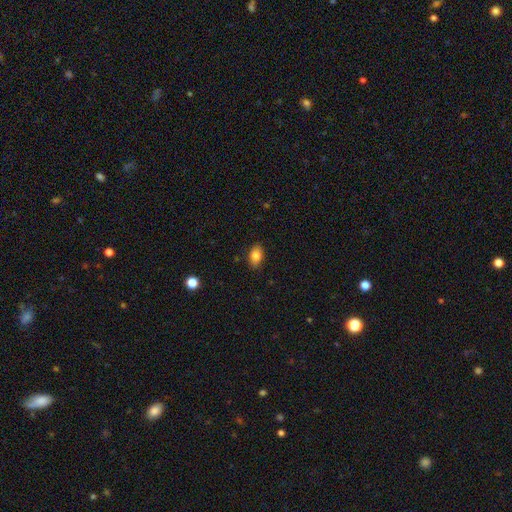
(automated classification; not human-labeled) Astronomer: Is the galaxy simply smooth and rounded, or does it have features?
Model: smooth — 83%.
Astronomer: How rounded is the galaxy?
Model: in between — 86%.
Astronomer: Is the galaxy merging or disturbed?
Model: none — 84%.